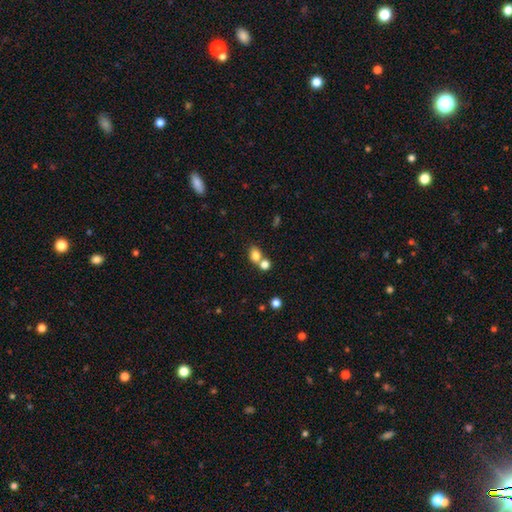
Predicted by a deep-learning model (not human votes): Smooth or featured? Predicted: smooth (p=0.80). How rounded? Predicted: in between (p=0.53). Merging? Predicted: none (p=0.45).